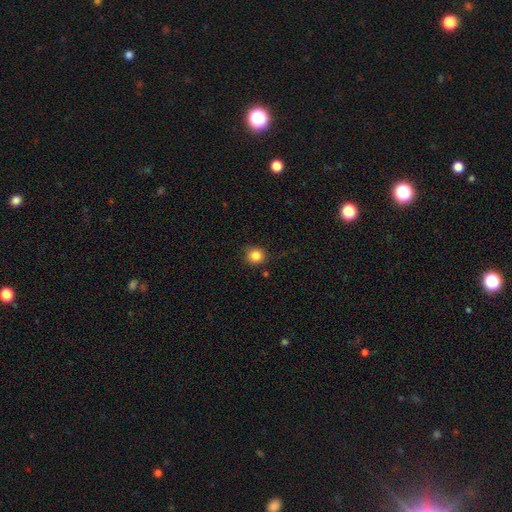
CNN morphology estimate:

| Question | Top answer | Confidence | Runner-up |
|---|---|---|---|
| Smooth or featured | smooth | 84% | star or artifact (11%) |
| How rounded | round | 88% | in between (11%) |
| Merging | none | 85% | minor disturbance (11%) |